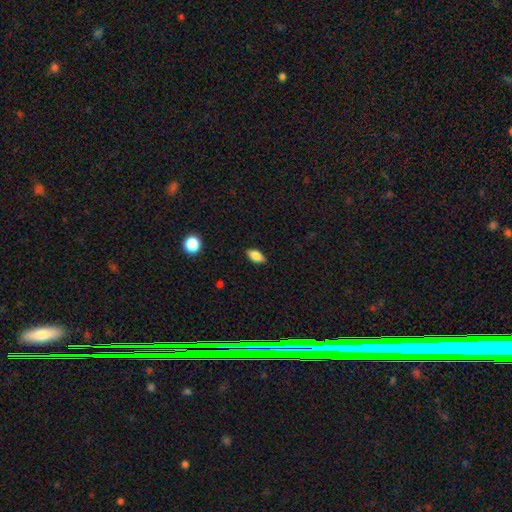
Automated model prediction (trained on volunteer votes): A smooth galaxy with no disk features (83%) that is in between round and cigar-shaped (89%). Merging: none (86%).